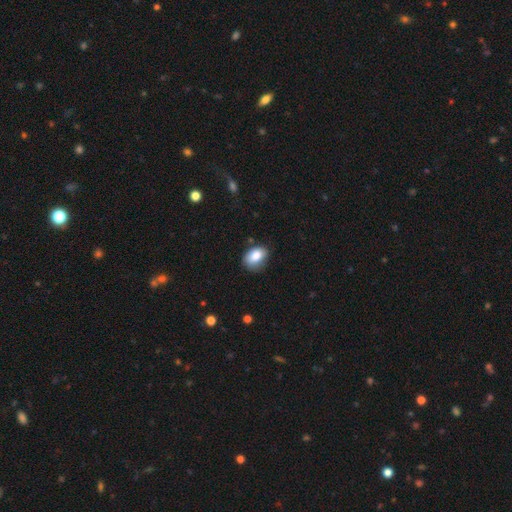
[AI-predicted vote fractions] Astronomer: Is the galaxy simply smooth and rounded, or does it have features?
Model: smooth — 83%.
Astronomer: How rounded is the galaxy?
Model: in between — 78%.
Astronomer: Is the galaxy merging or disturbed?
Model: none — 66%.